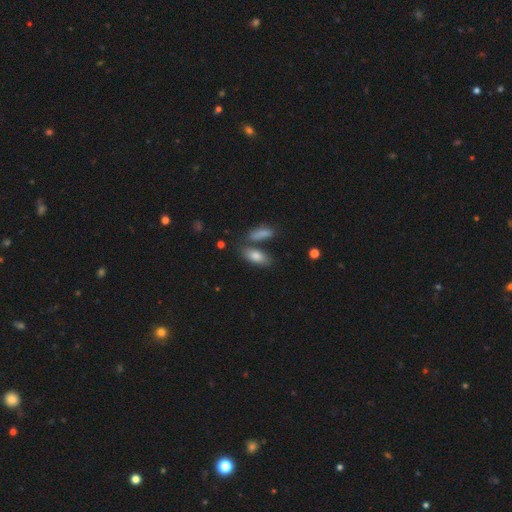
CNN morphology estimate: This is clearly a smooth galaxy (81%). How rounded: likely in between (79%). Merging: likely none (62%).